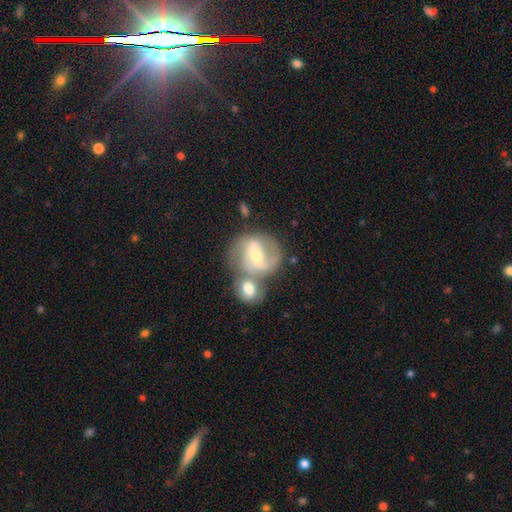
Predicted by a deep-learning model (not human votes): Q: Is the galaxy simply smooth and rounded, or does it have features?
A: featured or disk — 73%.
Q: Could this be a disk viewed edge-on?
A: no — 97%.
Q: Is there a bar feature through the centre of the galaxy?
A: weak — 45%.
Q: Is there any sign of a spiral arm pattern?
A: yes — 86%.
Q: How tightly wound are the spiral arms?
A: medium — 49%.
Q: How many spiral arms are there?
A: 2 — 79%.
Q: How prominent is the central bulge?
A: moderate — 48%.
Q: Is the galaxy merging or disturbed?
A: merger — 43%.